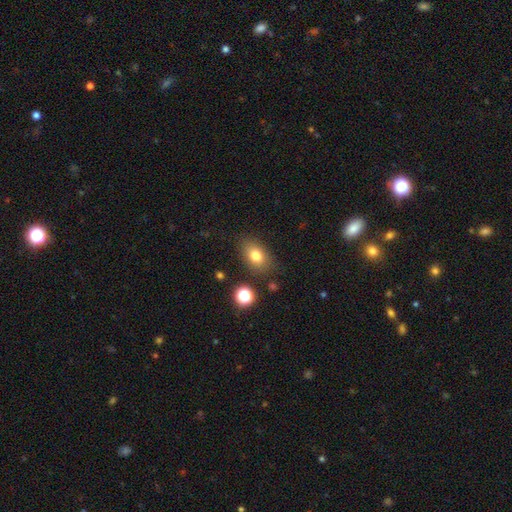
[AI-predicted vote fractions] This is likely a smooth galaxy (78%). How rounded: likely in between (79%). Merging: clearly none (81%).